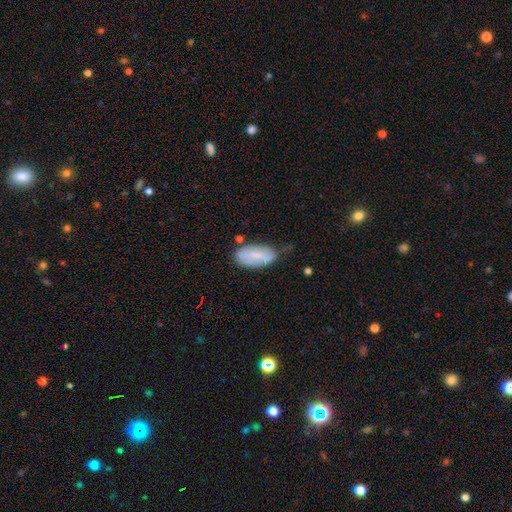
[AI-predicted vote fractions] Smooth or featured?
  - smooth: 57% *
  - featured or disk: 35%
  - star or artifact: 7%
How rounded?
  - in between: 90% *
  - cigar-shaped: 8%
  - round: 3%
Merging?
  - none: 57% *
  - minor disturbance: 31%
  - major disturbance: 8%
  - merger: 4%